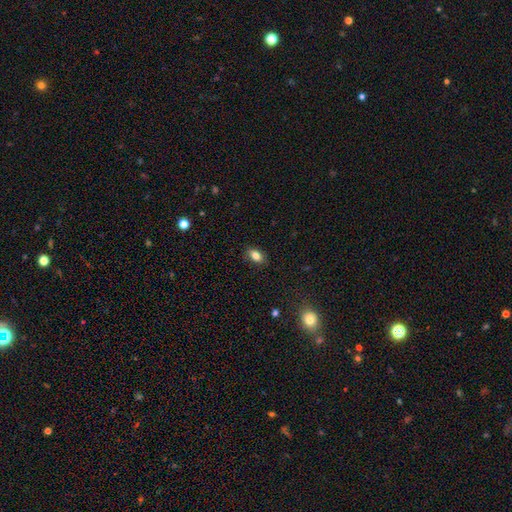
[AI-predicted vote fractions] Q: Smooth or featured?
A: smooth (82%); runner-up: featured or disk (9%)
Q: How rounded?
A: in between (87%); runner-up: round (9%)
Q: Merging?
A: none (85%); runner-up: minor disturbance (11%)